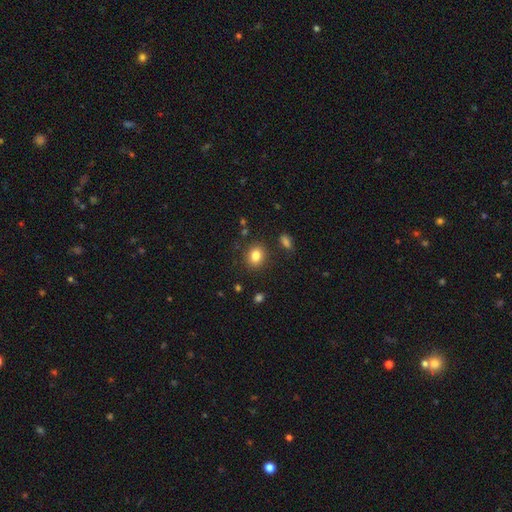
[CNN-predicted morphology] This appears to be a smooth galaxy with no disk features (83%) that is round (57%). Merging: none (85%).